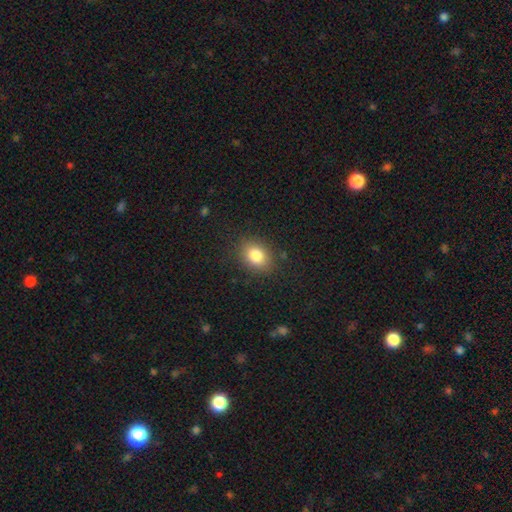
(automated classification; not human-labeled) smooth_or_featured: smooth (p=0.82) [alt: star or artifact p=0.10]
how_rounded: in between (p=0.60) [alt: round p=0.39]
merging: none (p=0.85) [alt: minor disturbance p=0.11]